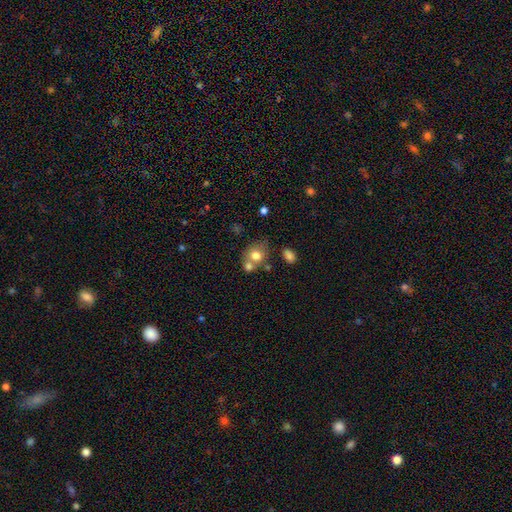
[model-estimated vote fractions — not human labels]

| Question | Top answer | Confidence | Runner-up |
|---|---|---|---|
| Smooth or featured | smooth | 75% | featured or disk (16%) |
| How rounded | round | 62% | in between (36%) |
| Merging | none | 44% | merger (40%) |